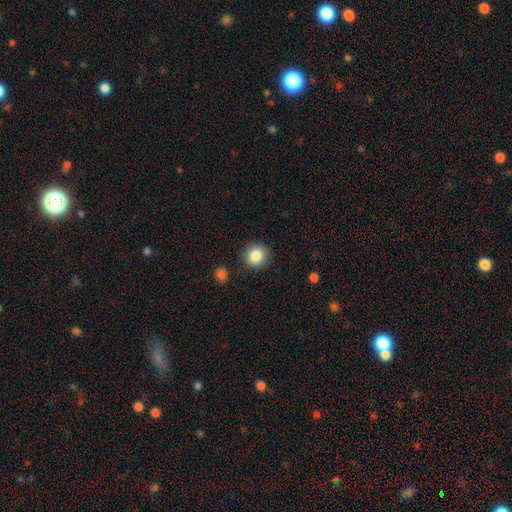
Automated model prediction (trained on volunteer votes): Smooth or featured: smooth — 85% (star or artifact — 9%)
How rounded: round — 89% (in between — 10%)
Merging: none — 88% (minor disturbance — 7%)